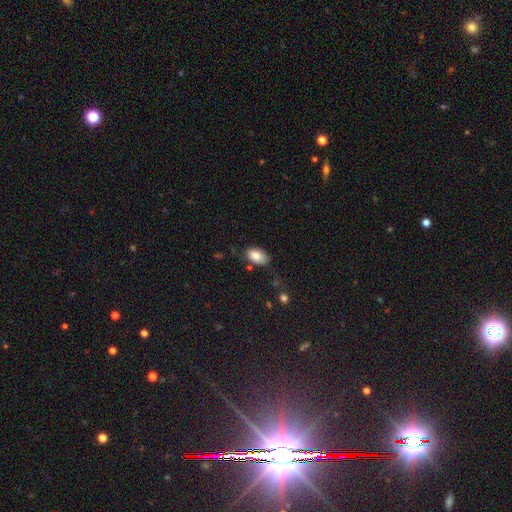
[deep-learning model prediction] Smooth or featured? smooth (84%)
How rounded? in between (92%)
Merging? none (71%)